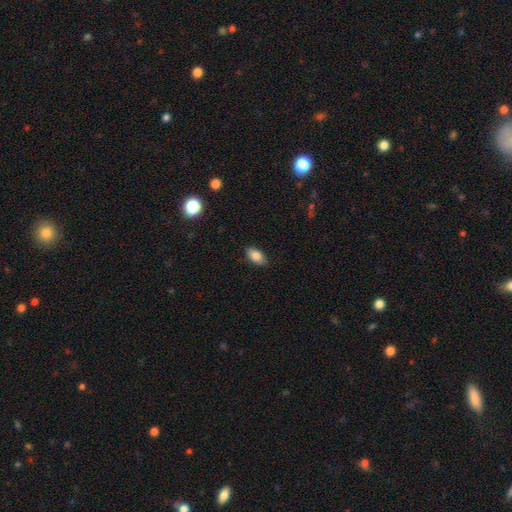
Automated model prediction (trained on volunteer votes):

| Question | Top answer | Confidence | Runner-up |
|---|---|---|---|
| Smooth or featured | smooth | 84% | featured or disk (8%) |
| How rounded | in between | 92% | round (5%) |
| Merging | none | 87% | minor disturbance (10%) |